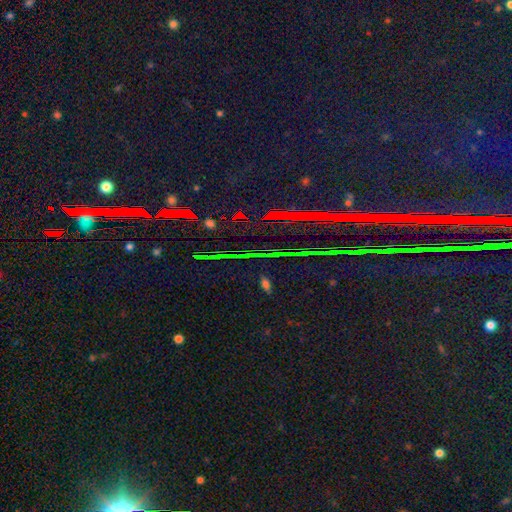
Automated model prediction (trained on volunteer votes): Smooth or featured? Predicted: star or artifact (p=0.88).